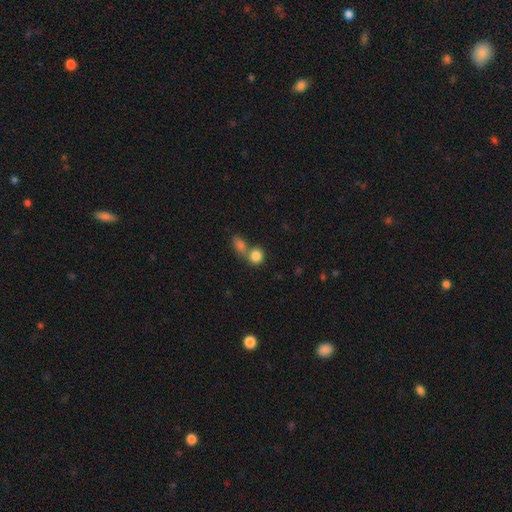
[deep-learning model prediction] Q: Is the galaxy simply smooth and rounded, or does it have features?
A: smooth — 84%.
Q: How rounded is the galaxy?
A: round — 78%.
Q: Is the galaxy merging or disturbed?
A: merger — 50%.